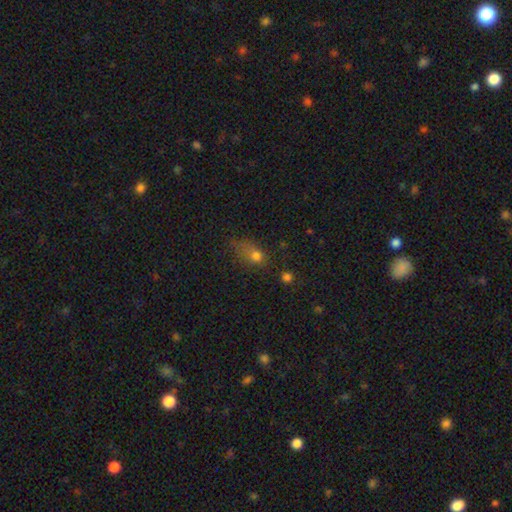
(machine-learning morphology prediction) Smooth or featured?
  - smooth: 69% *
  - star or artifact: 18%
  - featured or disk: 13%
How rounded?
  - in between: 59% *
  - round: 36%
  - cigar-shaped: 4%
Merging?
  - none: 32% * (tied)
  - major disturbance: 32% * (tied)
  - minor disturbance: 28%
  - merger: 8%